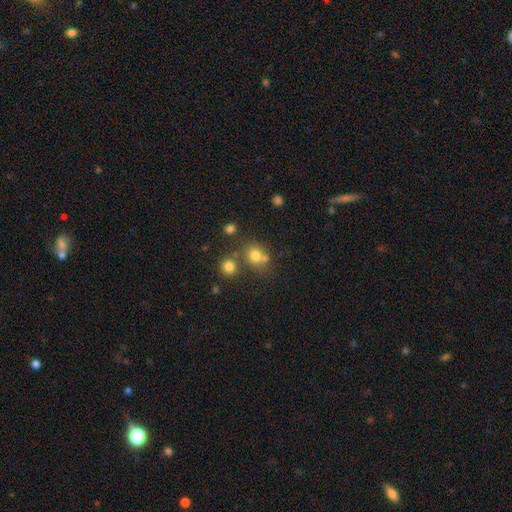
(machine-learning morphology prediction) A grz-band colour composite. It shows a smooth galaxy with no disk features (72%) that is round (76%). Merging: none (56%).